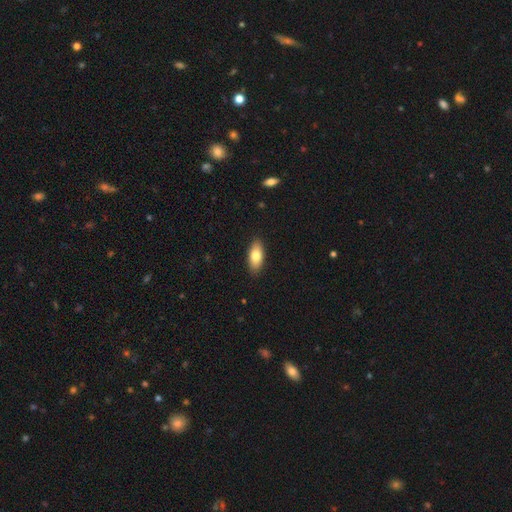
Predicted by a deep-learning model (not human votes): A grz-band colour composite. It shows a smooth galaxy with no disk features (78%) that is in between round and cigar-shaped (86%). Merging: none (89%).